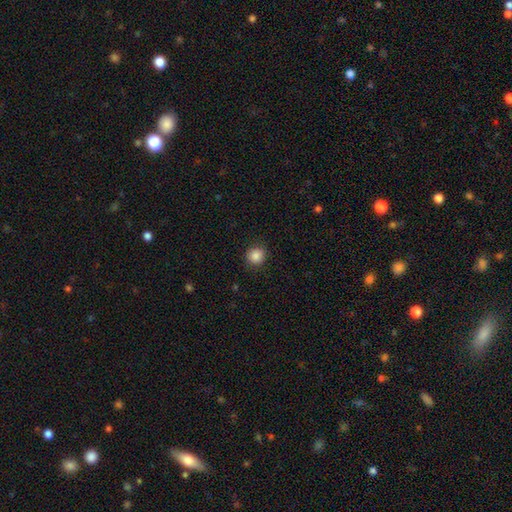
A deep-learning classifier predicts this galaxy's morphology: smooth 86%, star or artifact 10%, featured or disk 4%. Down the decision tree: how rounded — round (90%); merging — none (89%).